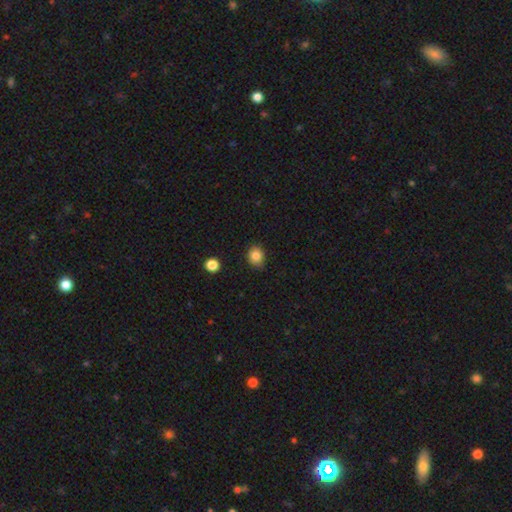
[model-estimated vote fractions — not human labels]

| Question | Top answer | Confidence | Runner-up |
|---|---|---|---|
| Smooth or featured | smooth | 84% | star or artifact (11%) |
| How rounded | round | 73% | in between (26%) |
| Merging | none | 81% | minor disturbance (15%) |